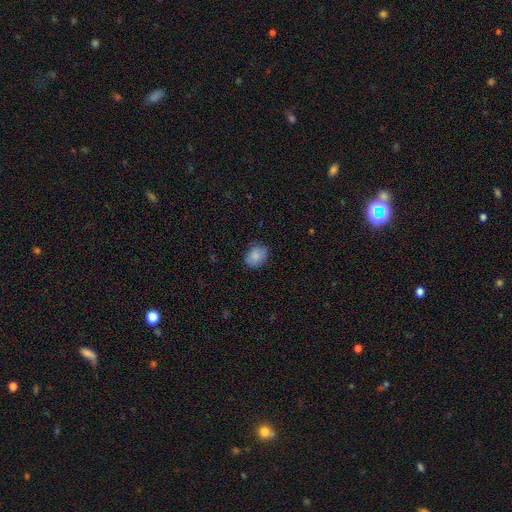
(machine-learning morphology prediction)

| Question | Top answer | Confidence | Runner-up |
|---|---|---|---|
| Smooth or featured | smooth | 83% | featured or disk (9%) |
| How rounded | in between | 55% | round (44%) |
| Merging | none | 78% | minor disturbance (18%) |